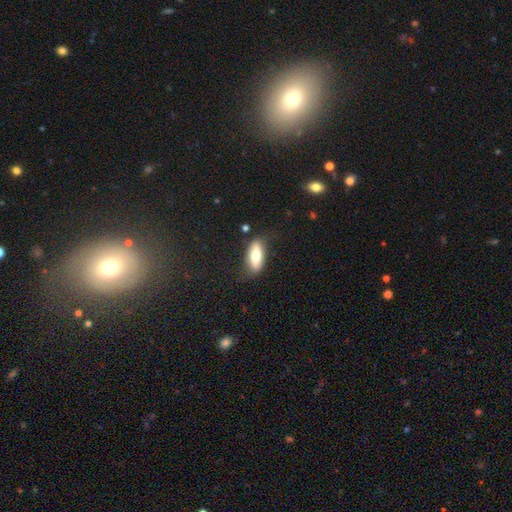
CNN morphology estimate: A smooth galaxy with no disk features (70%) that is in between round and cigar-shaped (73%).

Vote fractions:
- Smooth or featured? smooth: 70% / featured or disk: 24% / star or artifact: 6%
- How rounded? in between: 73% / cigar-shaped: 24% / round: 3%
- Merging? none: 73% / minor disturbance: 19% / major disturbance: 6% / merger: 2%